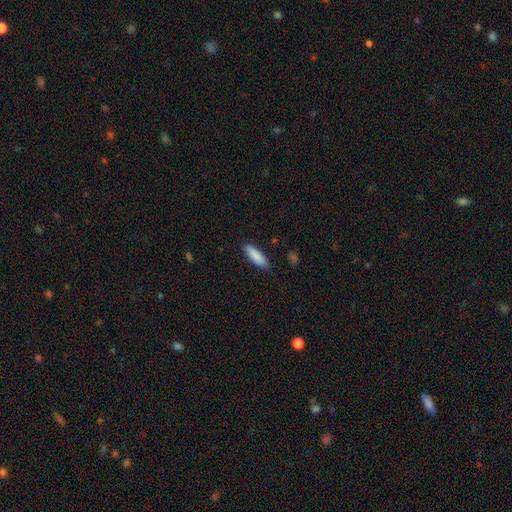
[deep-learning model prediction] Smooth or featured: smooth — 88% (featured or disk — 7%)
How rounded: in between — 50% (cigar-shaped — 48%)
Merging: none — 86% (minor disturbance — 11%)